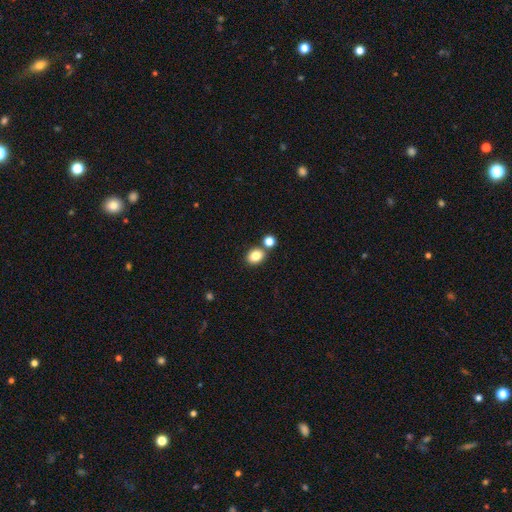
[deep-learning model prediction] A smooth galaxy with no disk features (82%) that is in between round and cigar-shaped (53%). Merging: none (72%).